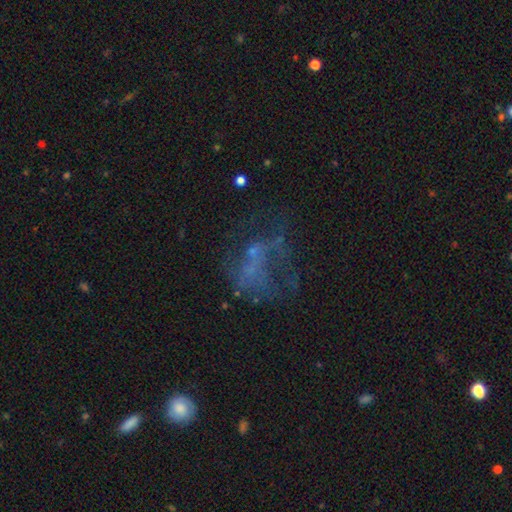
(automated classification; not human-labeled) featured or disk 51%, star or artifact 26%, smooth 24%. Down the decision tree: edge-on disk — no (98%); merging — major disturbance (41%).